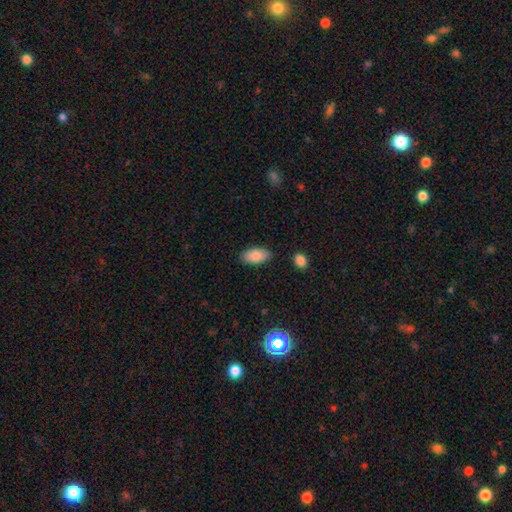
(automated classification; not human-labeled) Overall: smooth (87%). How rounded: in between (94%). Merging: none (84%).